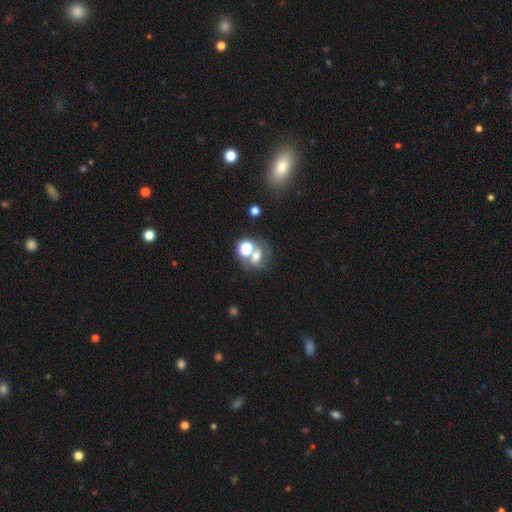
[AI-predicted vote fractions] smooth_or_featured: smooth (p=0.42) [alt: featured or disk p=0.36]
merging: none (p=0.40) [tied with: merger p=0.40]